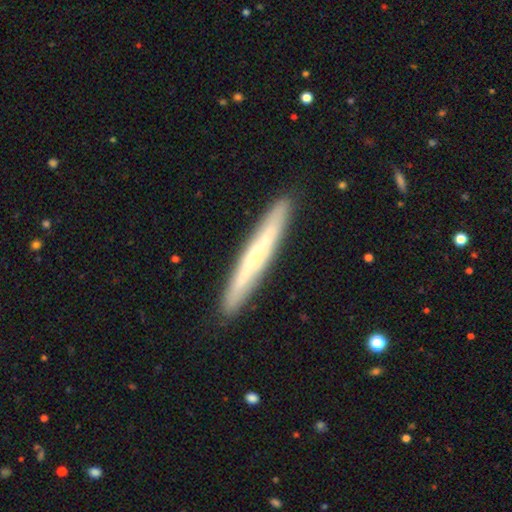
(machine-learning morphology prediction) A featured or disk galaxy (59%) viewed edge-on (92%) with a rounded central bulge (54%). Merging: none (91%).